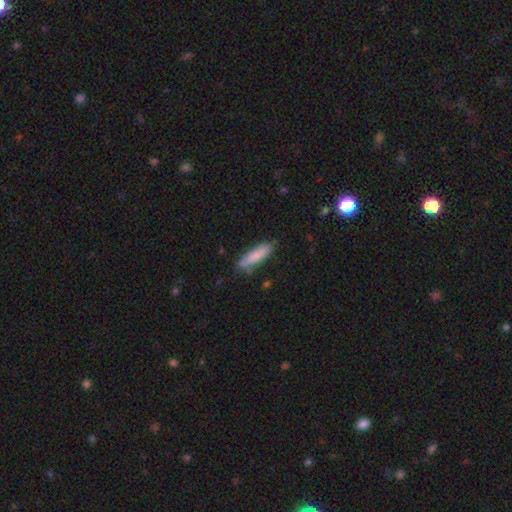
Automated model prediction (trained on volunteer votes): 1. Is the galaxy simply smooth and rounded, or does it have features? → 81% smooth, 13% featured or disk, 6% star or artifact.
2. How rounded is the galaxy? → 68% cigar-shaped, 30% in between, 1% round.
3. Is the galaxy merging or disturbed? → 76% none, 17% minor disturbance, 4% merger, 3% major disturbance.